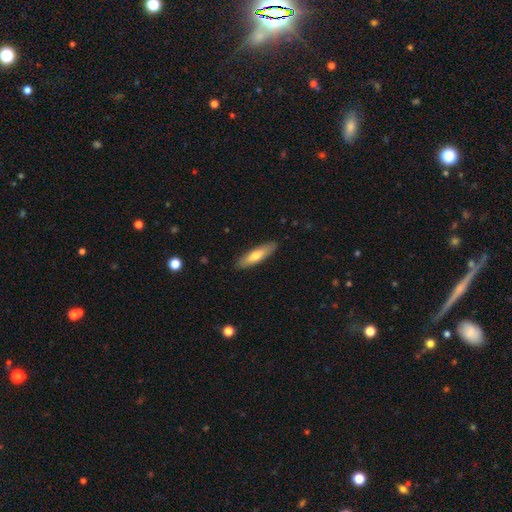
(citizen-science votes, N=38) This appears to be a smooth galaxy with no disk features (58%) that is cigar-shaped (64%). Merging: none (97%).